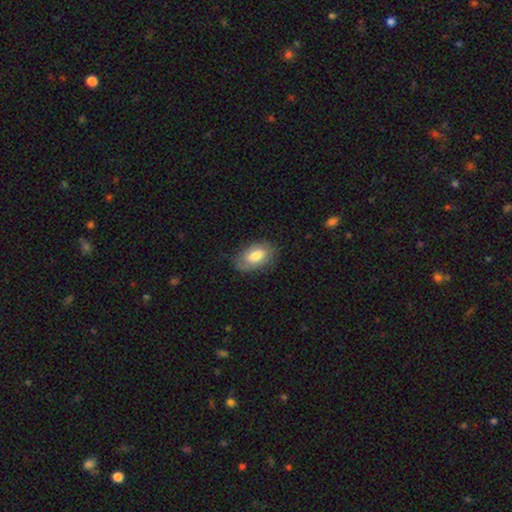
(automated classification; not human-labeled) smooth 69%, featured or disk 25%, star or artifact 6%. Down the decision tree: how rounded — in between (93%); merging — none (74%).